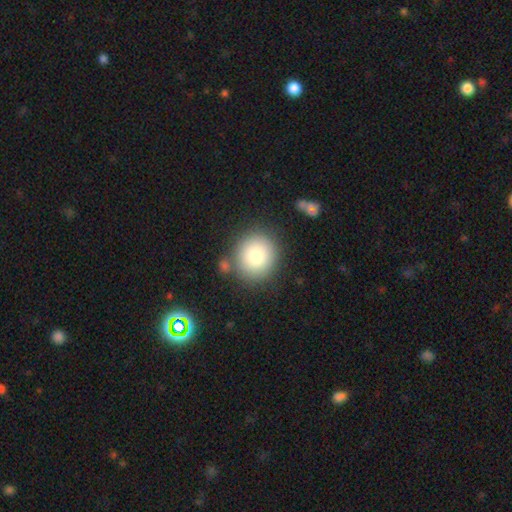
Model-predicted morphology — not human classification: smooth-or-featured: smooth: 81% | featured or disk: 10% | star or artifact: 10%
  how-rounded: round: 88% | in between: 11% | cigar-shaped: 1%
  merging: none: 82% | minor disturbance: 9% | merger: 6% | major disturbance: 3%